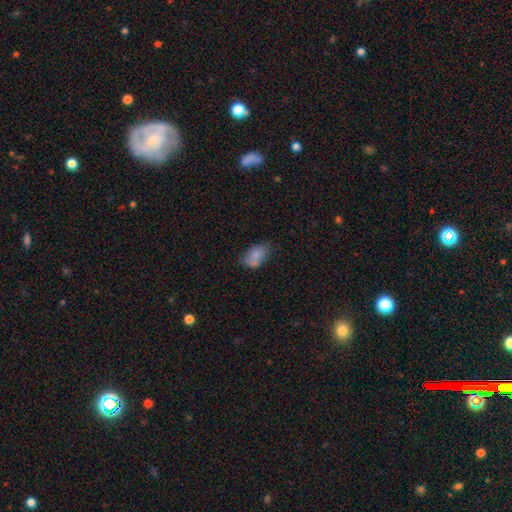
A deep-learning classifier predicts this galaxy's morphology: Smooth or featured? Predicted: smooth (p=0.80). How rounded? Predicted: in between (p=0.90). Merging? Predicted: none (p=0.55).